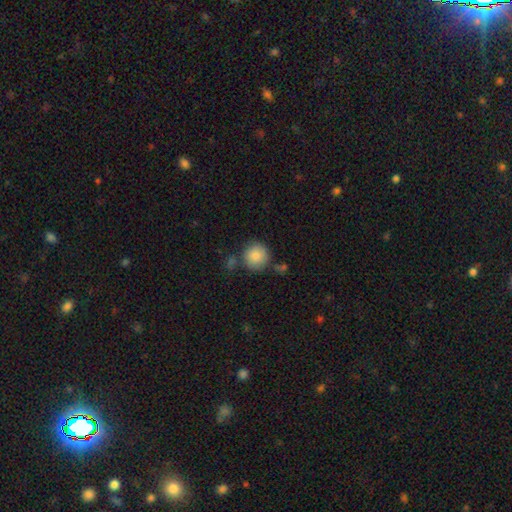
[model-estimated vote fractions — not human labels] Smooth or featured? smooth (85%)
How rounded? round (92%)
Merging? none (73%)